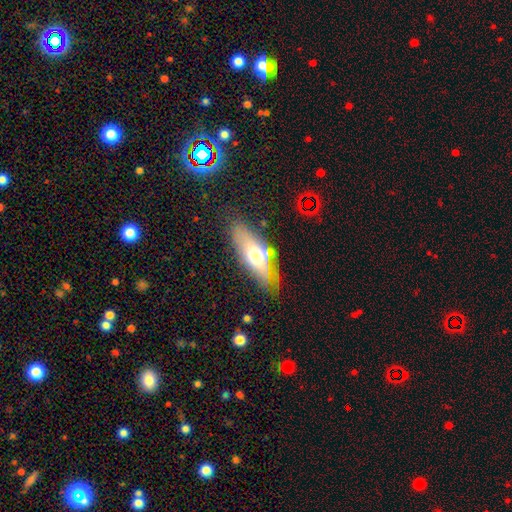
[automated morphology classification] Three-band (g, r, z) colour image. It shows a smooth galaxy with no disk features (52%) that is in between round and cigar-shaped (68%). Merging: none (74%).